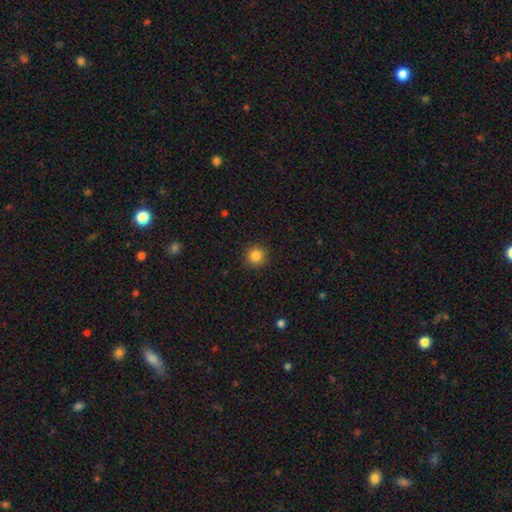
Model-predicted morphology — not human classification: This appears to be a smooth galaxy with no disk features (85%) that is round (95%). Merging: none (92%).